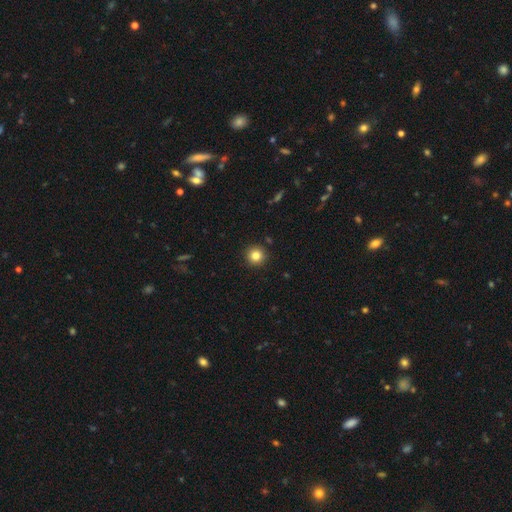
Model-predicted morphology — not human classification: Smooth or featured?
  - smooth: 83% *
  - star or artifact: 11%
  - featured or disk: 6%
How rounded?
  - round: 95% *
  - in between: 4%
  - cigar-shaped: 1%
Merging?
  - none: 92% *
  - minor disturbance: 5%
  - major disturbance: 2%
  - merger: 1%